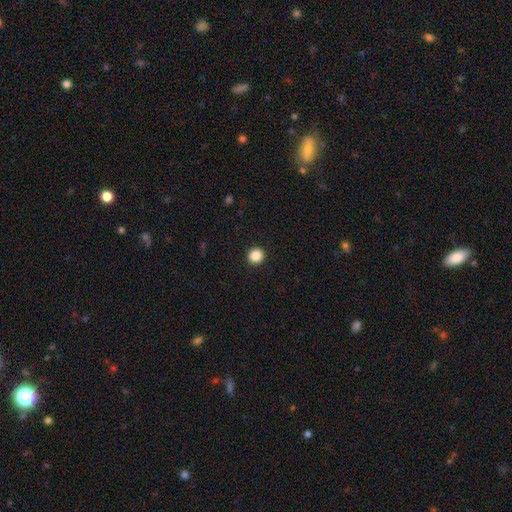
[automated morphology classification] smooth-or-featured: smooth: 87% | star or artifact: 10% | featured or disk: 3%
  how-rounded: round: 94% | in between: 5% | cigar-shaped: 1%
  merging: none: 94% | minor disturbance: 4% | major disturbance: 2% | merger: 1%